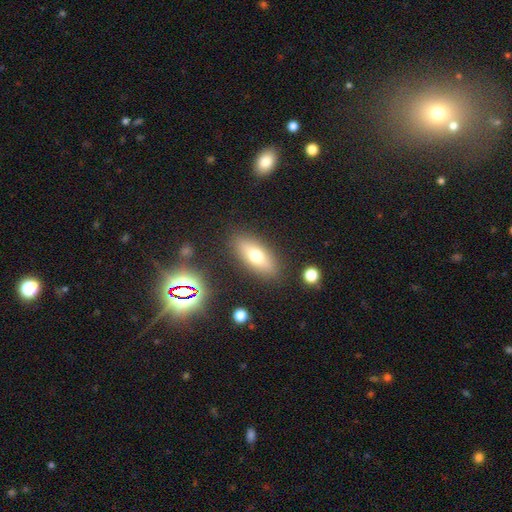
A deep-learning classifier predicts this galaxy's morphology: The model was most divided on "smooth or featured": smooth: 66%, featured or disk: 25%, star or artifact: 10%. More confident: merging — none (85%); how rounded — in between (73%).